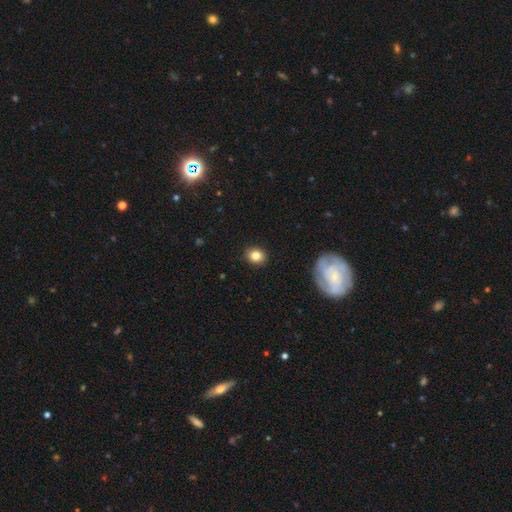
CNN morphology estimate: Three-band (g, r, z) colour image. It shows a smooth galaxy with no disk features (83%) that is round (67%). Merging: none (90%).